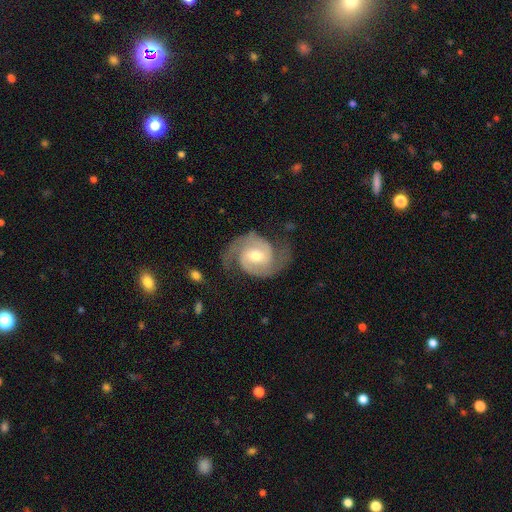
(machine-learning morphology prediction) A featured or disk galaxy (91%) with a weak bar (49%), 2 (93%) medium (53%) spiral arms (98%) and a moderate central bulge (69%).

Vote fractions:
- Smooth or featured? featured or disk: 91% / smooth: 5% / star or artifact: 4%
- Edge-on disk? no: 98% / yes: 2%
- Bar? weak: 49% / no: 36% / strong: 15%
- Spiral arms? yes: 98% / no: 2%
- Spiral winding? medium: 53% / tight: 34% / loose: 13%
- Spiral arm count? 2: 93% / can't tell: 2% / 3: 2% / 1: 1% / 4: 1% / more than 4: 1%
- Bulge size? moderate: 69% / small: 23% / large: 5% / none: 1% / dominant: 1%
- Merging? none: 75% / minor disturbance: 16% / major disturbance: 7% / merger: 1%